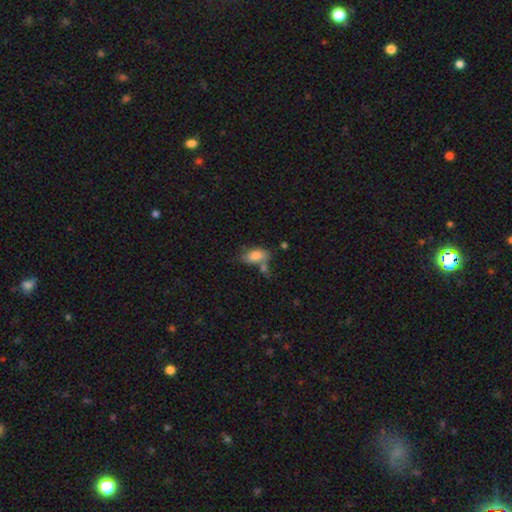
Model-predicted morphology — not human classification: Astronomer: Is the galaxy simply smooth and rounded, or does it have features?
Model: smooth — 79%.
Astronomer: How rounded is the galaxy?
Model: in between — 89%.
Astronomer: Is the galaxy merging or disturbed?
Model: none — 46% (runner-up: merger, 26%).